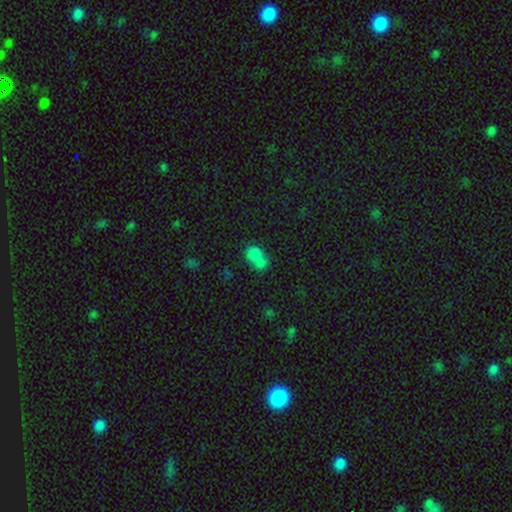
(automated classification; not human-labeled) Smooth or featured? smooth (77%)
How rounded? round (53%)
Merging? merger (63%)